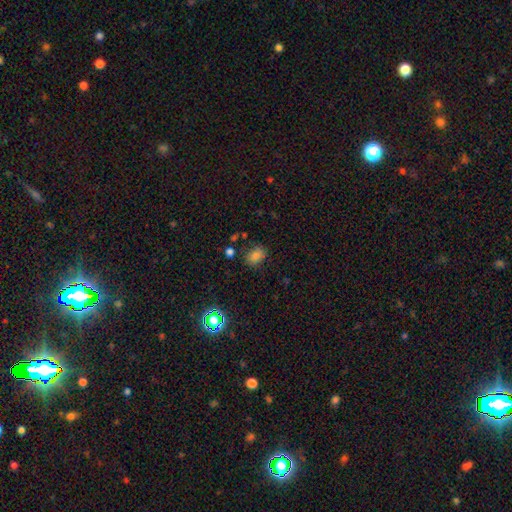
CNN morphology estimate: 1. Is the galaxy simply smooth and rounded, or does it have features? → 77% smooth, 14% star or artifact, 9% featured or disk.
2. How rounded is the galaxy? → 59% in between, 40% round, 1% cigar-shaped.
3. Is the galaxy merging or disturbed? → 80% none, 13% minor disturbance, 4% merger, 3% major disturbance.